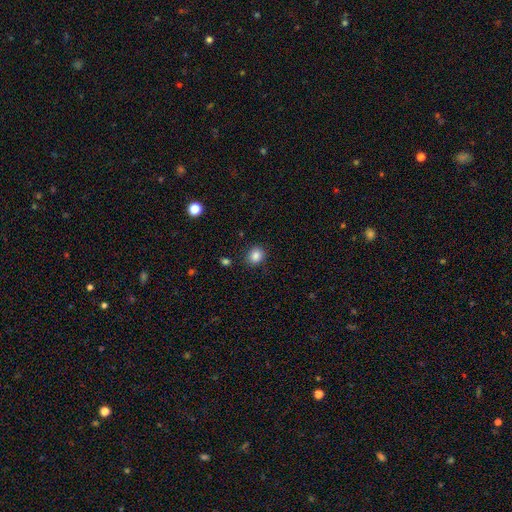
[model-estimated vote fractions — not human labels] smooth 86%, star or artifact 10%, featured or disk 4%. Down the decision tree: how rounded — round (65%); merging — none (86%).